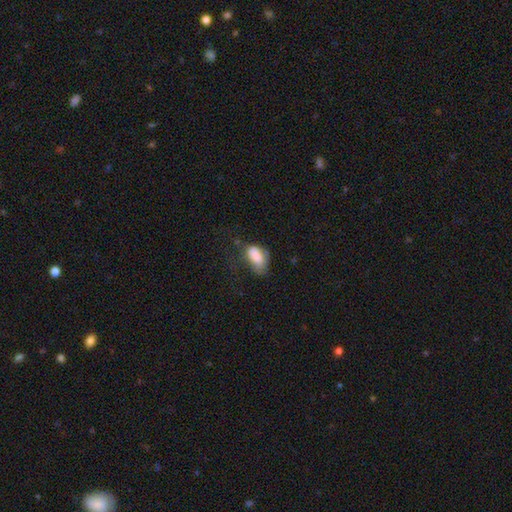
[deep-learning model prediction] smooth_or_featured: smooth (p=0.80) [alt: featured or disk p=0.12]
how_rounded: in between (p=0.92) [alt: round p=0.05]
merging: minor disturbance (p=0.33) [tied with: major disturbance p=0.33]